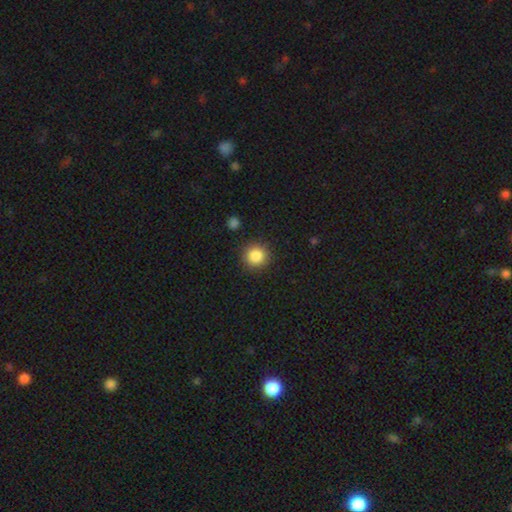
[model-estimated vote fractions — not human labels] This appears to be a smooth galaxy with no disk features (86%) that is round (93%). Merging: none (89%).